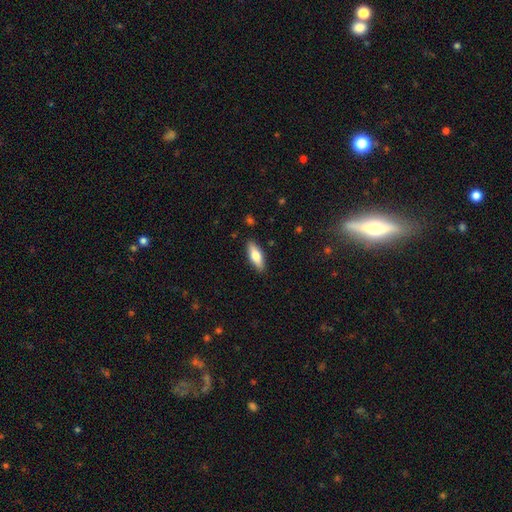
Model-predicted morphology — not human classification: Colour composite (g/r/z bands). It shows a smooth galaxy with no disk features (69%) that is in between round and cigar-shaped (60%). Merging: none (88%).